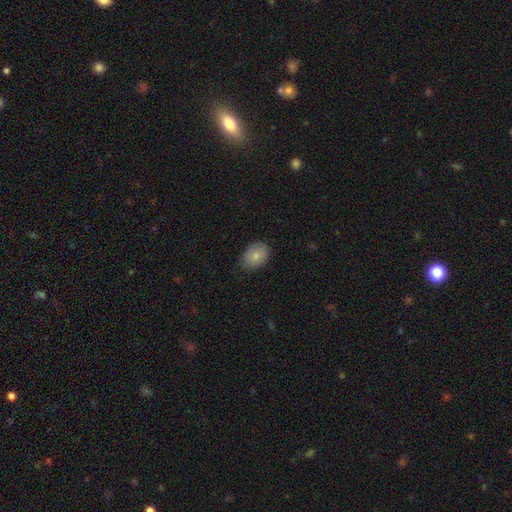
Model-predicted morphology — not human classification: smooth-or-featured: smooth: 84% | featured or disk: 9% | star or artifact: 7%
  how-rounded: in between: 80% | round: 19% | cigar-shaped: 1%
  merging: none: 81% | minor disturbance: 15% | major disturbance: 3% | merger: 1%